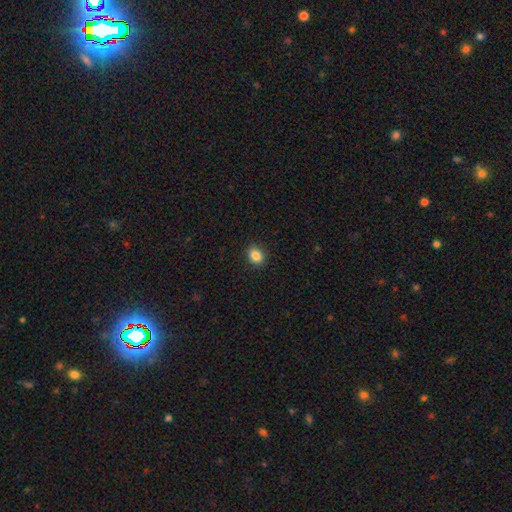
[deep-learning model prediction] A smooth galaxy with no disk features (86%) that is round (51%). Merging: none (89%).